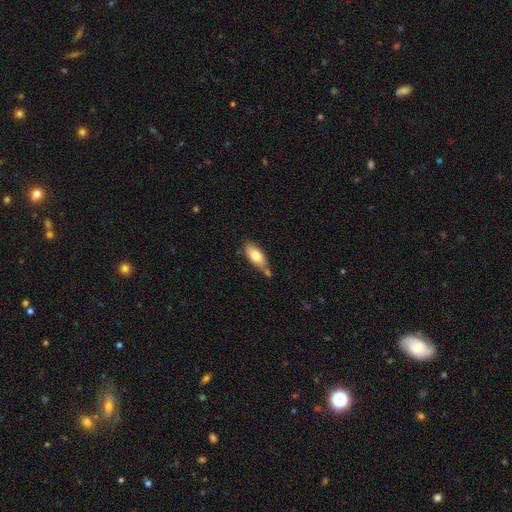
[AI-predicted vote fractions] The model was most divided on "merging": none: 59%, minor disturbance: 20%, merger: 16%, major disturbance: 4%. More confident: how rounded — in between (85%); smooth or featured — smooth (74%).